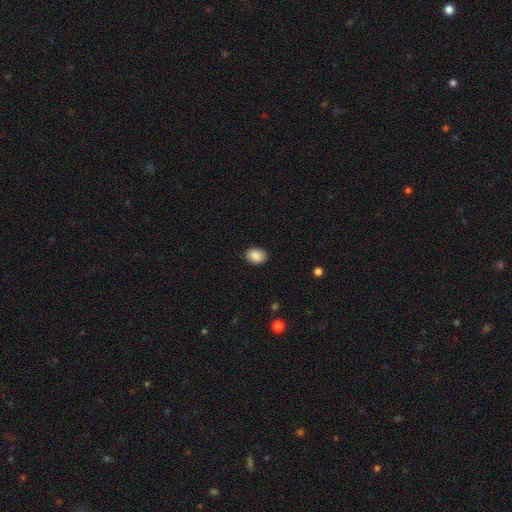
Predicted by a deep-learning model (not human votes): Overall: smooth (88%). How rounded: in between (67%; round 32%). Merging: none (88%).